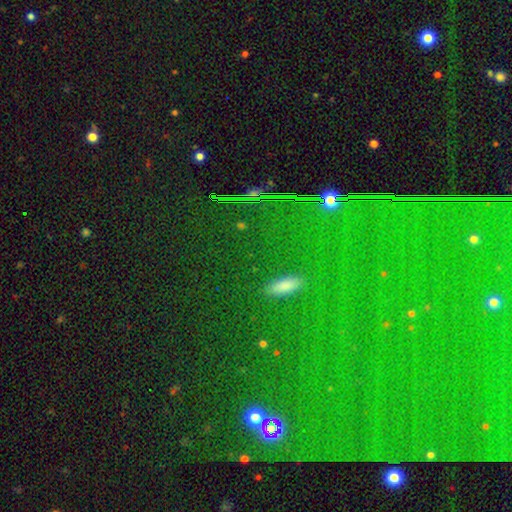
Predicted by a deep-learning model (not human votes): A star or artifact, not a galaxy (75%).

Vote fractions:
- Smooth or featured? star or artifact: 75% / smooth: 14% / featured or disk: 11%